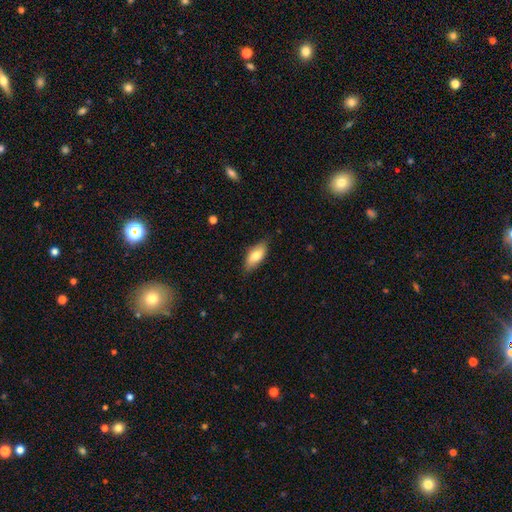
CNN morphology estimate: This appears to be a smooth galaxy with no disk features (77%) that is in between round and cigar-shaped (86%). Merging: none (80%).